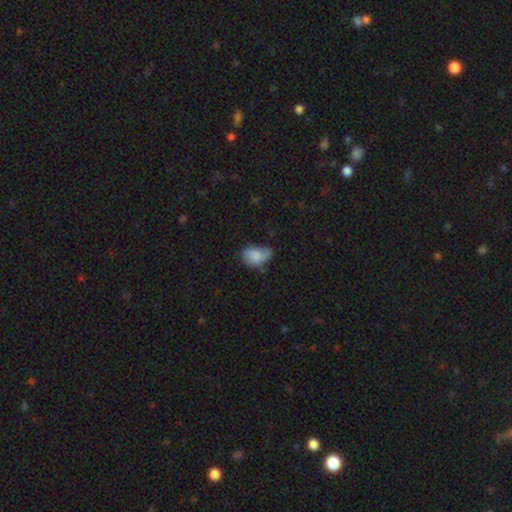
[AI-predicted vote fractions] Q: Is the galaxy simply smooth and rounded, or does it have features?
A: smooth — 78%.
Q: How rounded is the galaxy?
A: in between — 85%.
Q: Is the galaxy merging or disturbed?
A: minor disturbance — 42%.